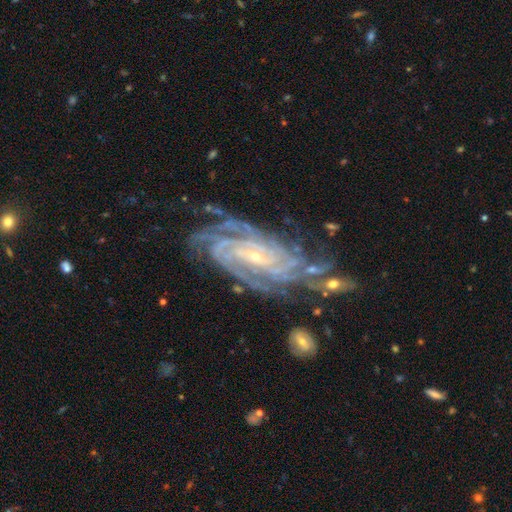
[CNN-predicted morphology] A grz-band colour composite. It shows a featured or disk galaxy (91%) with no bar (51%), 4 (36%) tight (76%) spiral arms (99%) and a small central bulge (81%). Merging: none (64%).